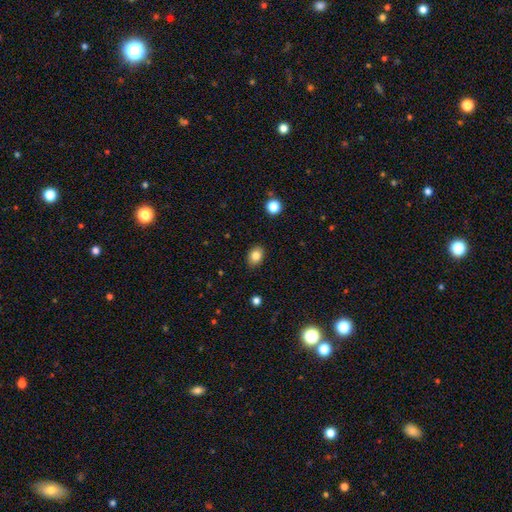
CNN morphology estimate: Overall: smooth (83%). How rounded: in between (66%; round 33%). Merging: none (86%).